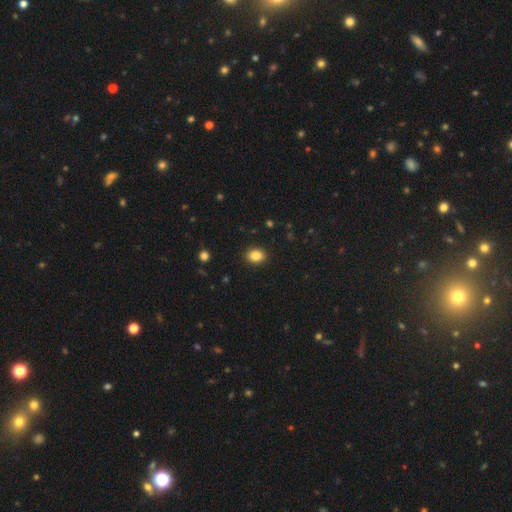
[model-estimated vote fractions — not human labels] This appears to be a smooth galaxy with no disk features (86%) that is in between round and cigar-shaped (51%). Merging: none (91%).